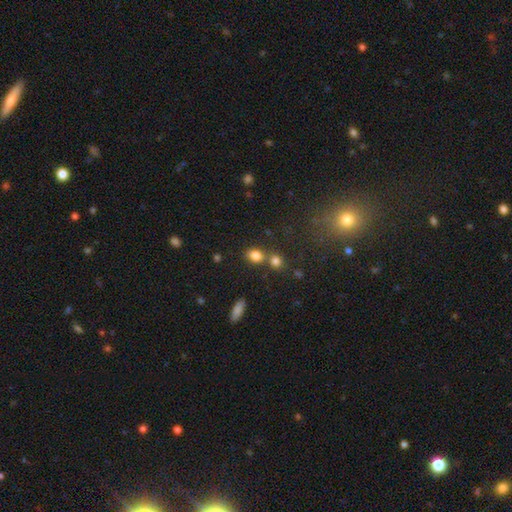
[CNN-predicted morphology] This appears to be a smooth galaxy with no disk features (81%) that is in between round and cigar-shaped (66%). Merging: none (58%).